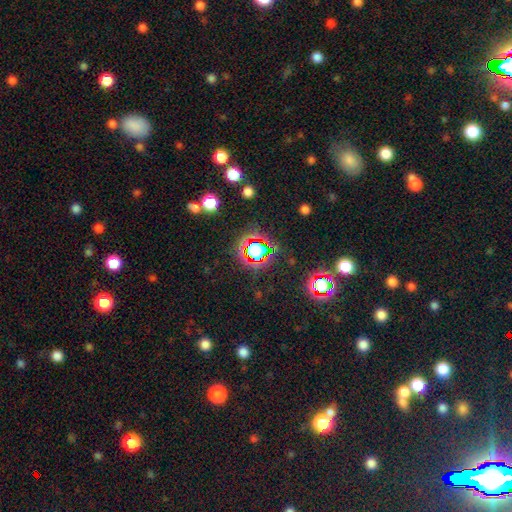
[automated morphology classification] This is likely a star or artifact rather than a galaxy (62%).